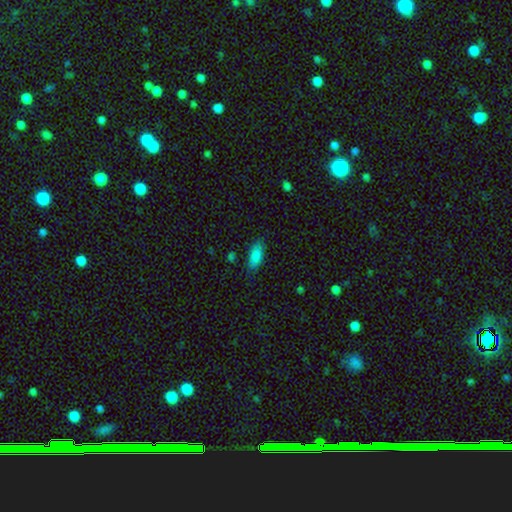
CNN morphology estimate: Q: Smooth or featured?
A: smooth (86%); runner-up: star or artifact (7%)
Q: How rounded?
A: in between (80%); runner-up: cigar-shaped (18%)
Q: Merging?
A: none (81%); runner-up: minor disturbance (14%)